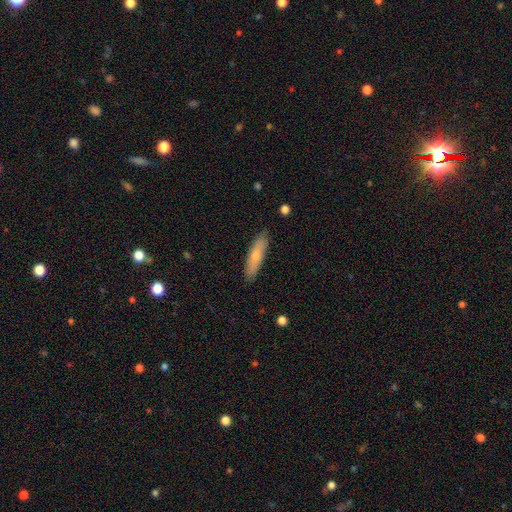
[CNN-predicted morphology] type=smooth (72%); roundness=cigar-shaped (77%); merging=none (88%).